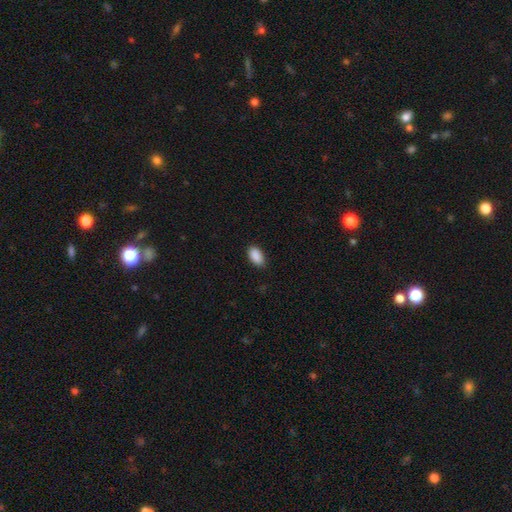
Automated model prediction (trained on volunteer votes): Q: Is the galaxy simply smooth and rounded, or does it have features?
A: smooth — 91%.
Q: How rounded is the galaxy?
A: in between — 94%.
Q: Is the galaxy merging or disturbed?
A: none — 86%.